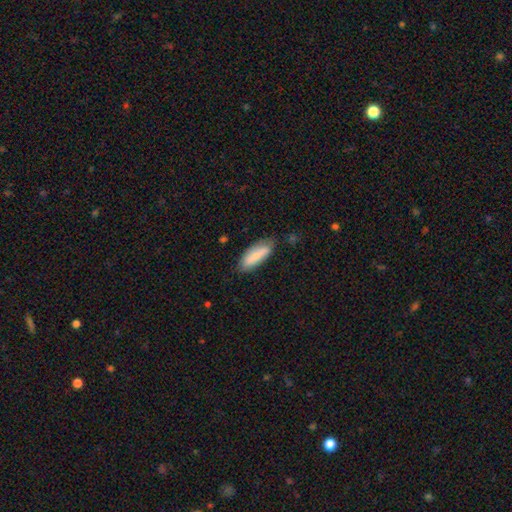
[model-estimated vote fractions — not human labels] Morphology: type=smooth (81%); roundness=in between (61%); merging=none (73%).